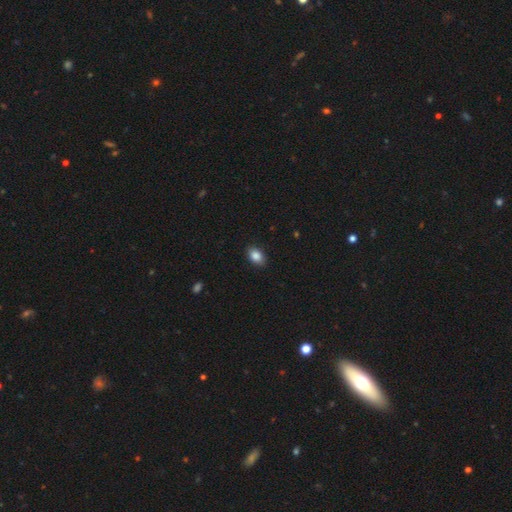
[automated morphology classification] The model was most divided on "how rounded": in between: 83%, round: 16%, cigar-shaped: 1%. More confident: merging — none (88%); smooth or featured — smooth (87%).